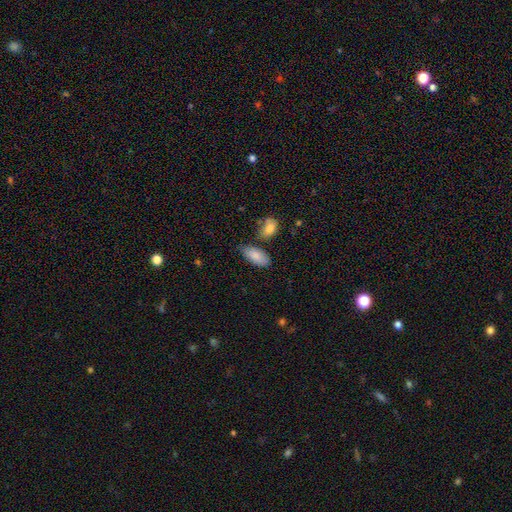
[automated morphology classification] smooth-or-featured: smooth: 84% | featured or disk: 9% | star or artifact: 6%
  how-rounded: in between: 92% | cigar-shaped: 6% | round: 2%
  merging: none: 63% | minor disturbance: 22% | merger: 10% | major disturbance: 5%